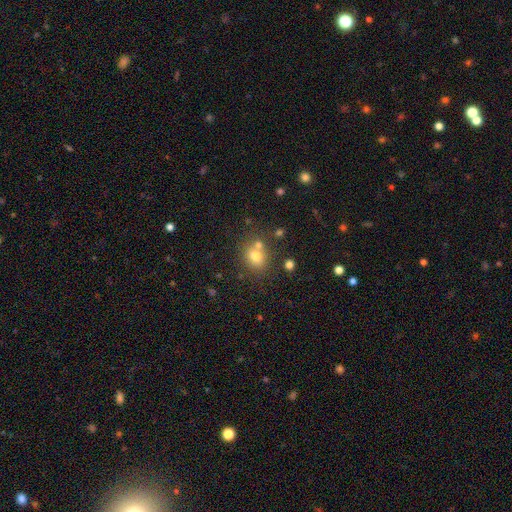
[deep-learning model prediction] smooth_or_featured: smooth (p=0.71) [alt: star or artifact p=0.17]
how_rounded: round (p=0.64) [alt: in between p=0.35]
merging: none (p=0.59) [alt: merger p=0.26]